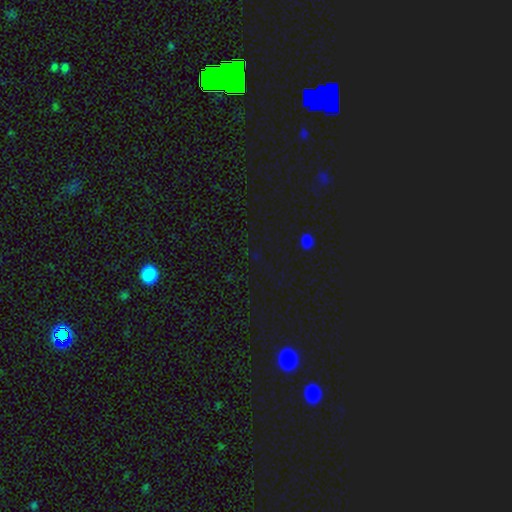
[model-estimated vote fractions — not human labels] smooth_or_featured: star or artifact (p=0.69) [alt: smooth p=0.24]